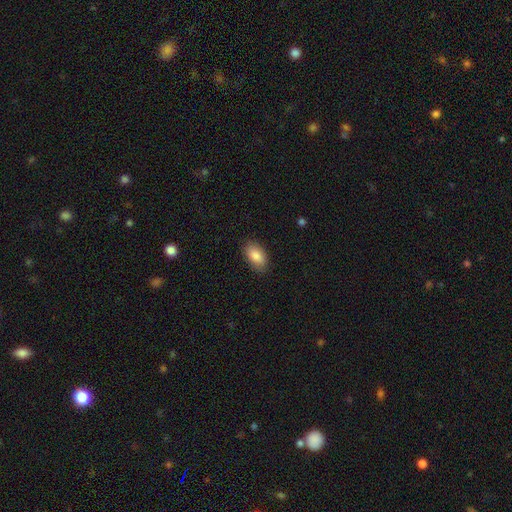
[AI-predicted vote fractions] Overall: smooth (86%). How rounded: in between (93%). Merging: none (86%).